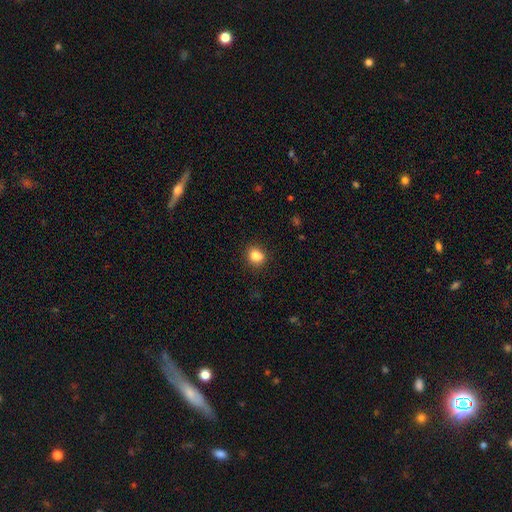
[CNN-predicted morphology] This is clearly a smooth galaxy (84%). How rounded: likely round (63%). Merging: clearly none (84%).